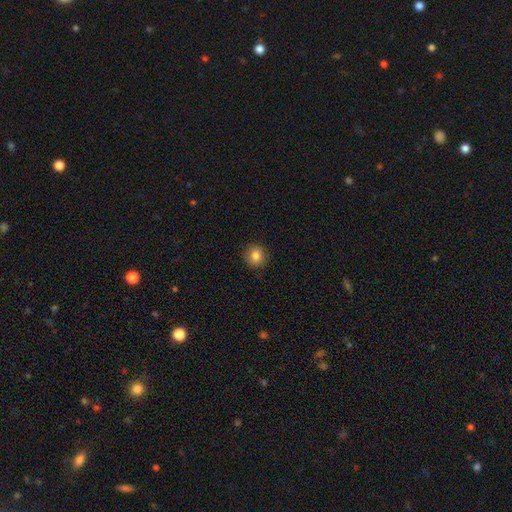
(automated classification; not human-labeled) This is clearly a smooth galaxy (83%). How rounded: clearly round (86%). Merging: clearly none (89%).